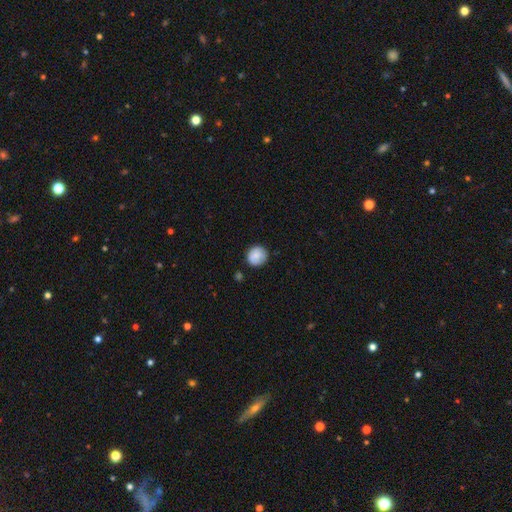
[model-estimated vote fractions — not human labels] Q: Smooth or featured?
A: smooth (82%); runner-up: featured or disk (10%)
Q: How rounded?
A: round (87%); runner-up: in between (12%)
Q: Merging?
A: none (78%); runner-up: minor disturbance (17%)